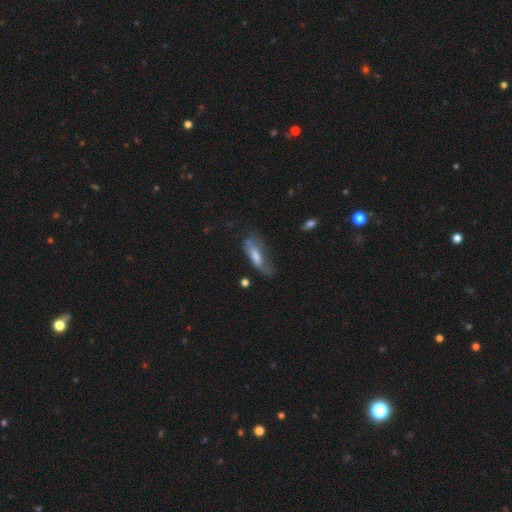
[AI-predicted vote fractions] Smooth or featured?
  - smooth: 50% *
  - featured or disk: 42%
  - star or artifact: 9%
Merging?
  - none: 42% *
  - minor disturbance: 30%
  - major disturbance: 24%
  - merger: 5%